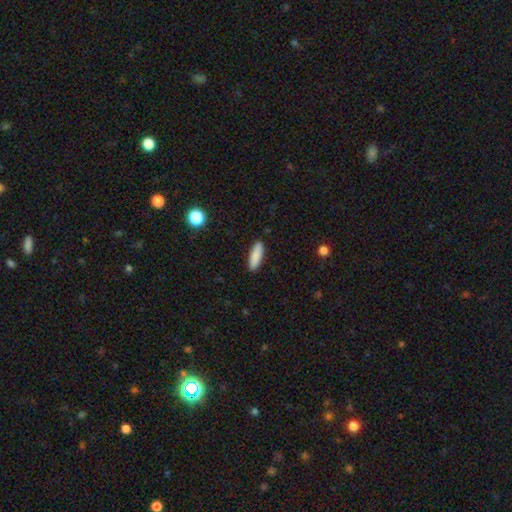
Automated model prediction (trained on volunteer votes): smooth 88%, star or artifact 6%, featured or disk 6%. Down the decision tree: how rounded — cigar-shaped (54%); merging — none (90%).